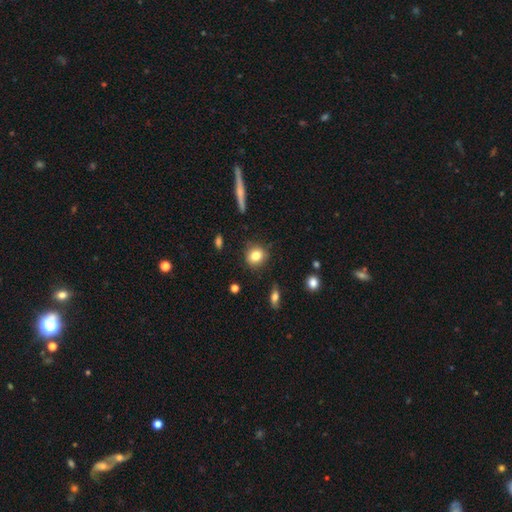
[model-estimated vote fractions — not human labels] Morphology: type=smooth (82%); roundness=round (80%); merging=none (85%).